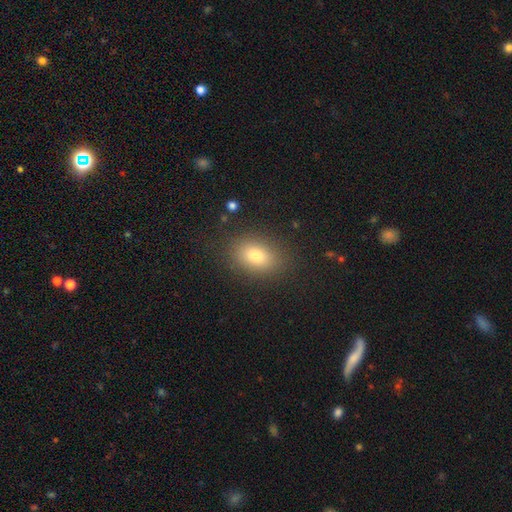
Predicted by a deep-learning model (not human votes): Q: Smooth or featured?
A: smooth (78%); runner-up: star or artifact (12%)
Q: How rounded?
A: in between (76%); runner-up: round (23%)
Q: Merging?
A: none (86%); runner-up: minor disturbance (10%)